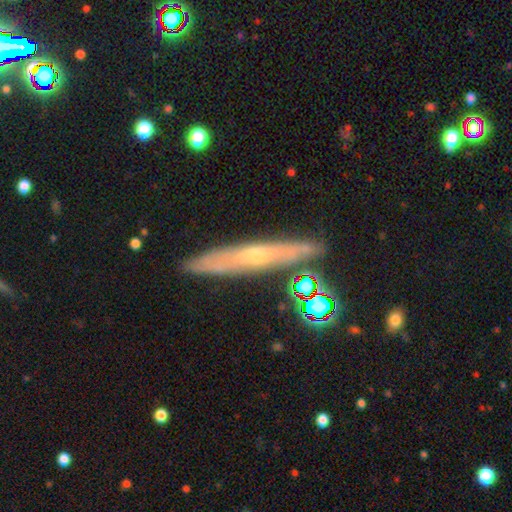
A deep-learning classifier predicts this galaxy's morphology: Smooth or featured? Predicted: featured or disk (p=0.64). Edge-on disk? Predicted: yes (p=0.85). Edge-on bulge? Predicted: rounded (p=0.63). Merging? Predicted: none (p=0.85).